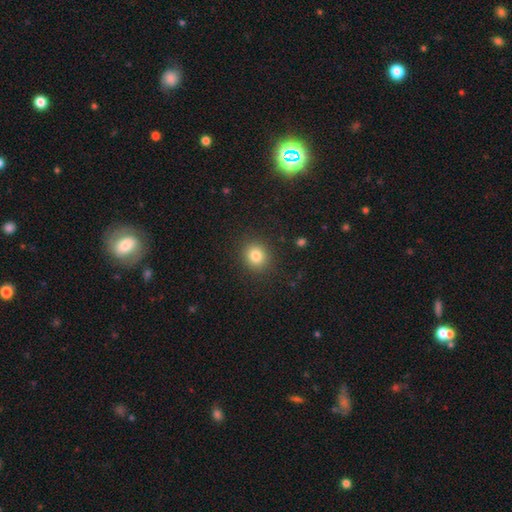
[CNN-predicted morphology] Smooth or featured? smooth (82%)
How rounded? round (81%)
Merging? none (89%)